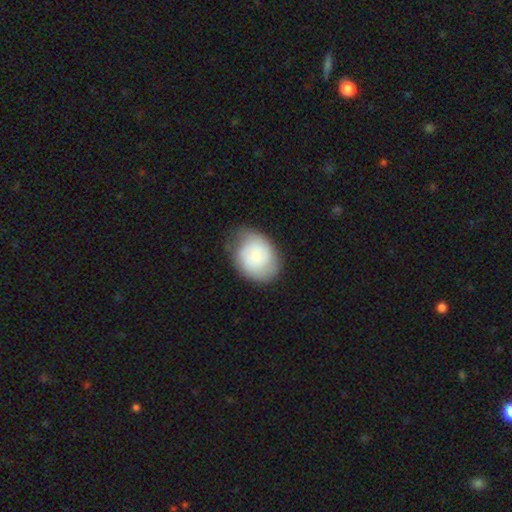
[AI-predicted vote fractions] smooth-or-featured: smooth: 62% | featured or disk: 31% | star or artifact: 7%
  how-rounded: in between: 58% | round: 41% | cigar-shaped: 1%
  merging: none: 64% | minor disturbance: 27% | major disturbance: 8% | merger: 1%